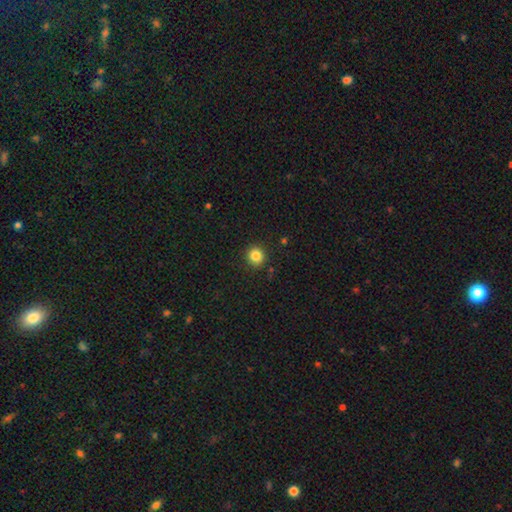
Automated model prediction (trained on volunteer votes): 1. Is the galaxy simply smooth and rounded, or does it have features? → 84% smooth, 11% star or artifact, 5% featured or disk.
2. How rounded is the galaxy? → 90% round, 9% in between, 1% cigar-shaped.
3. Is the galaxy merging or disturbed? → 91% none, 6% minor disturbance, 2% major disturbance, 1% merger.